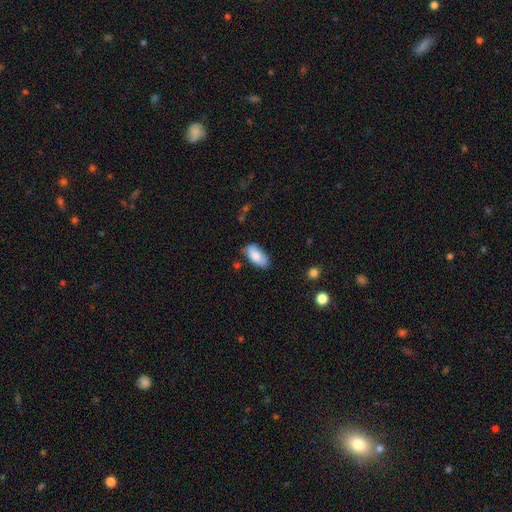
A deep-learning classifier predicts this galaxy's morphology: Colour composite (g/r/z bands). It shows a smooth galaxy with no disk features (85%) that is in between round and cigar-shaped (92%). Merging: none (76%).